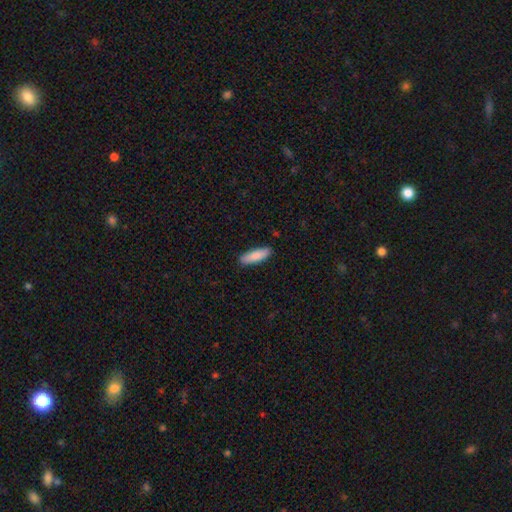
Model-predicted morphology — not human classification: A smooth galaxy with no disk features (87%) that is in between round and cigar-shaped (52%).

Vote fractions:
- Smooth or featured? smooth: 87% / featured or disk: 8% / star or artifact: 6%
- How rounded? in between: 52% / cigar-shaped: 46% / round: 2%
- Merging? none: 88% / minor disturbance: 9% / major disturbance: 2% / merger: 1%